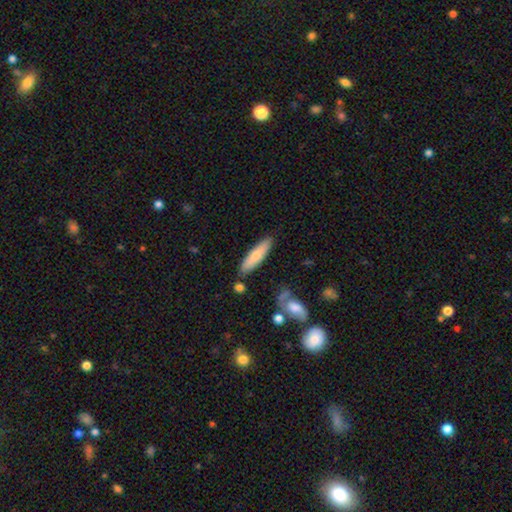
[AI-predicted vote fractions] Morphology: type=smooth (70%); roundness=cigar-shaped (70%); merging=none (81%).